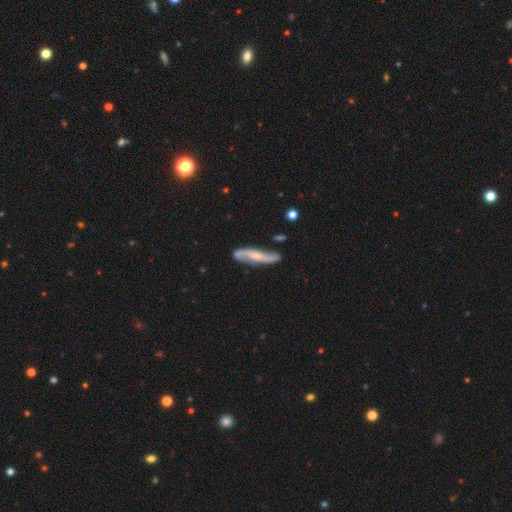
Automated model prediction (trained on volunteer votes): Smooth or featured?
  - featured or disk: 79% *
  - smooth: 16%
  - star or artifact: 5%
Edge-on disk?
  - no: 80% *
  - yes: 20%
Bar?
  - no: 42% *
  - weak: 37%
  - strong: 21%
Spiral arms?
  - yes: 96% *
  - no: 4%
Spiral winding?
  - loose: 55% *
  - medium: 32%
  - tight: 12%
Spiral arm count?
  - 2: 92% *
  - can't tell: 4%
  - 1: 2%
  - 3: 1%
  - 4: 1%
  - more than 4: 1%
Bulge size?
  - small: 36% * (tied)
  - moderate: 36% * (tied)
  - none: 19%
  - large: 7%
  - dominant: 2%
Merging?
  - none: 77% *
  - minor disturbance: 15%
  - major disturbance: 4%
  - merger: 3%